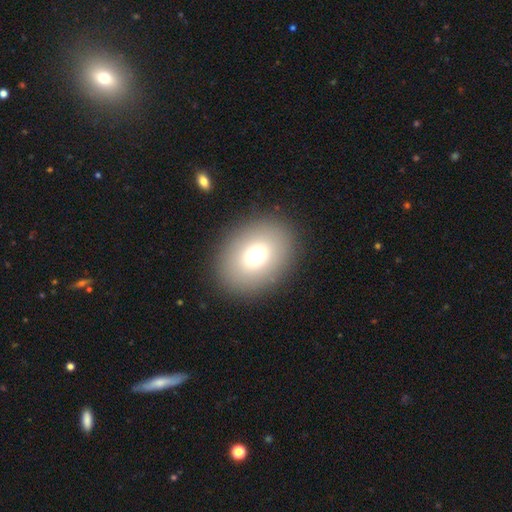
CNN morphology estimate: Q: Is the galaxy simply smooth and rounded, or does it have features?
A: smooth — 75%.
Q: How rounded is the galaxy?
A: in between — 66%.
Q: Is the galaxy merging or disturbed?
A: none — 90%.